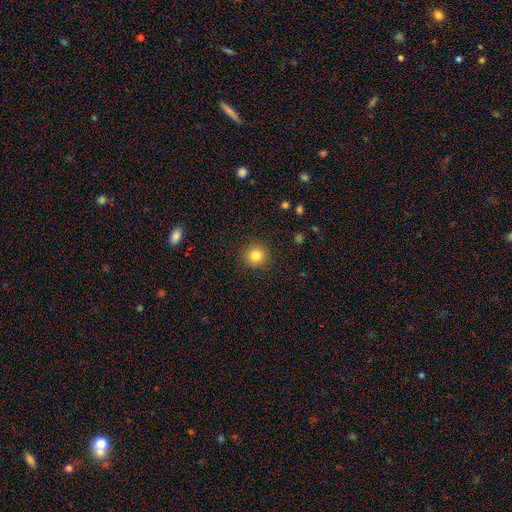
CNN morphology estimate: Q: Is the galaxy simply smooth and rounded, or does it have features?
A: smooth — 83%.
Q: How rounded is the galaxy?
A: round — 93%.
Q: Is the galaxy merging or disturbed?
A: none — 90%.